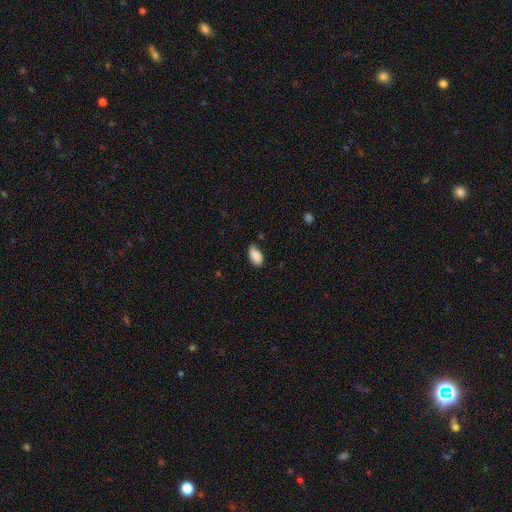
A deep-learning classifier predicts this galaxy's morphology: A smooth galaxy with no disk features (88%) that is in between round and cigar-shaped (94%). Merging: none (69%).